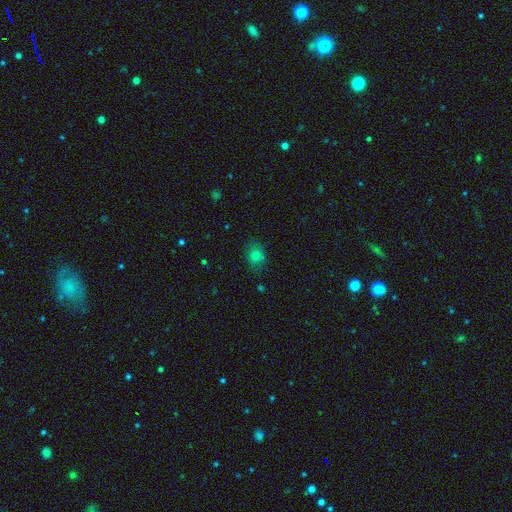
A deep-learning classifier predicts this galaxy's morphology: smooth 73%, star or artifact 15%, featured or disk 11%. Down the decision tree: how rounded — in between (53%); merging — none (75%).